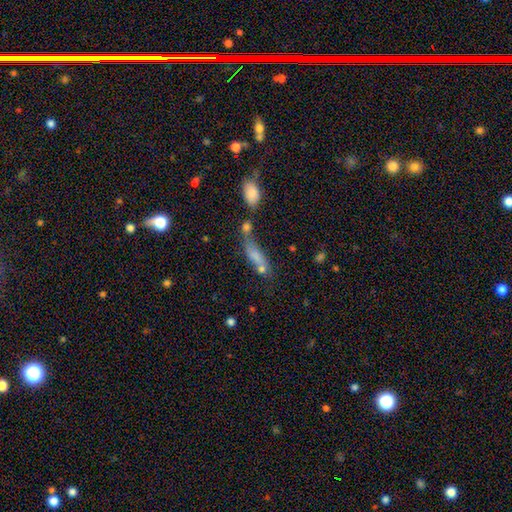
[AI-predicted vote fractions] Smooth or featured: smooth — 69% (featured or disk — 20%)
How rounded: in between — 50% (cigar-shaped — 45%)
Merging: merger — 36% (none — 34%)